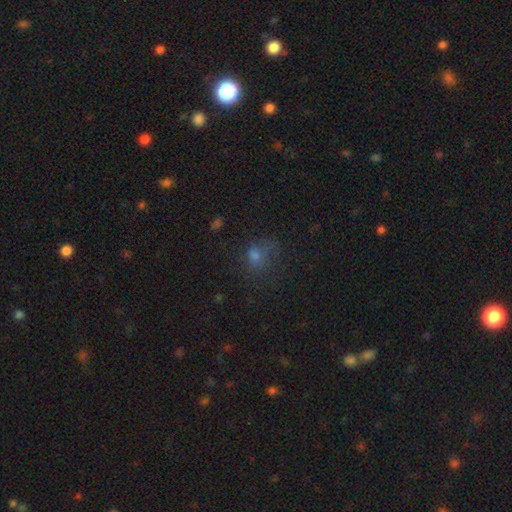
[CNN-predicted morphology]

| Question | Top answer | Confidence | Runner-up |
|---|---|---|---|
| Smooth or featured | smooth | 60% | star or artifact (25%) |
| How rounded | round | 59% | in between (39%) |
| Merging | none | 47% | major disturbance (24%) |